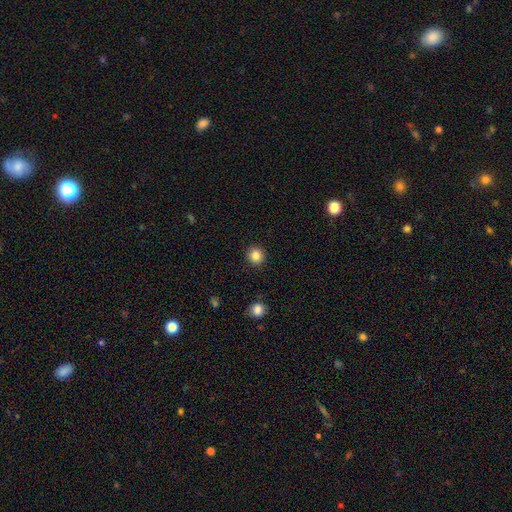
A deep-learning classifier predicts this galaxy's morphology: smooth_or_featured: smooth (p=0.85) [alt: star or artifact p=0.11]
how_rounded: round (p=0.92) [alt: in between p=0.07]
merging: none (p=0.92) [alt: minor disturbance p=0.05]